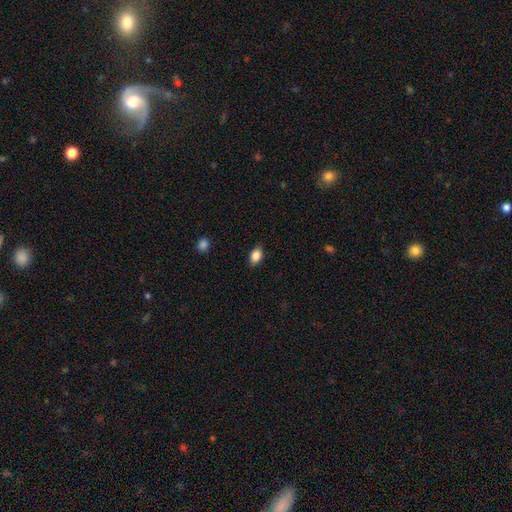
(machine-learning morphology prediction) smooth 85%, star or artifact 8%, featured or disk 6%. Down the decision tree: how rounded — in between (84%); merging — none (85%).